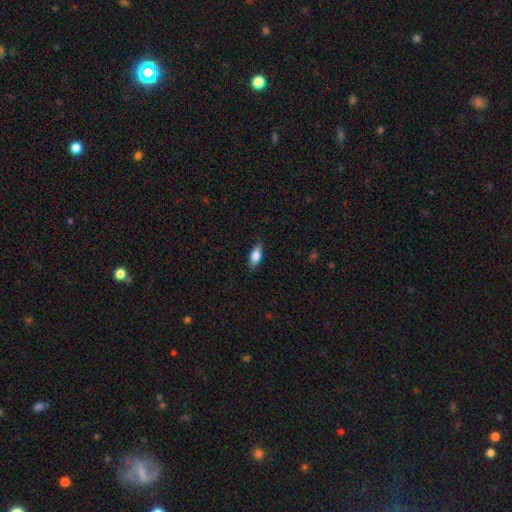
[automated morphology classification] smooth_or_featured: smooth (p=0.78) [alt: featured or disk p=0.15]
how_rounded: in between (p=0.83) [alt: cigar-shaped p=0.13]
merging: none (p=0.83) [alt: minor disturbance p=0.13]